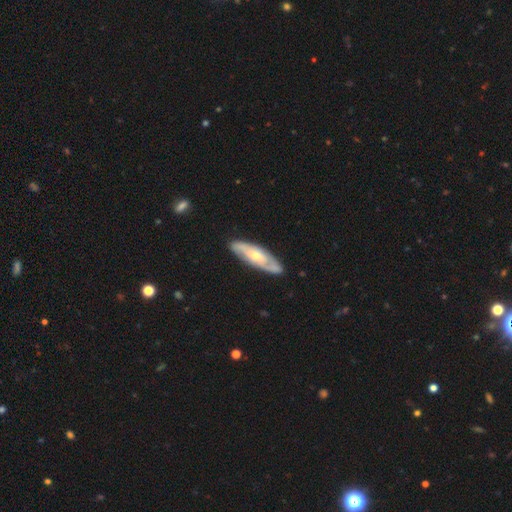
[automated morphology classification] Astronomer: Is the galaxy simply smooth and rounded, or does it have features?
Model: featured or disk — 67%.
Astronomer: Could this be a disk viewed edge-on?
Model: no — 74%.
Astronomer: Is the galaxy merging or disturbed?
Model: none — 84%.